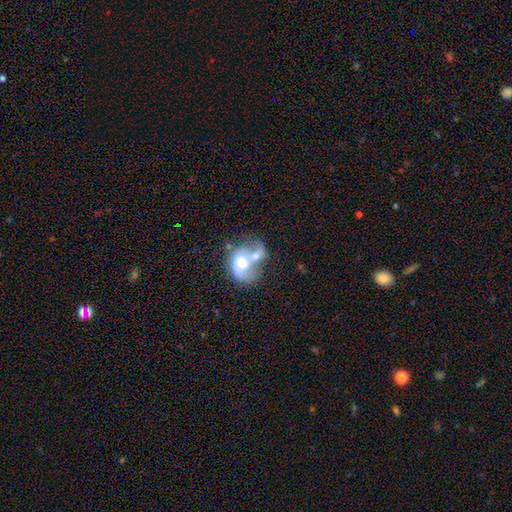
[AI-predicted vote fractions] A featured or disk galaxy (58%) with no bar (69%), spiral arms (69%) and a moderate central bulge (56%). Merging: merger (69%).